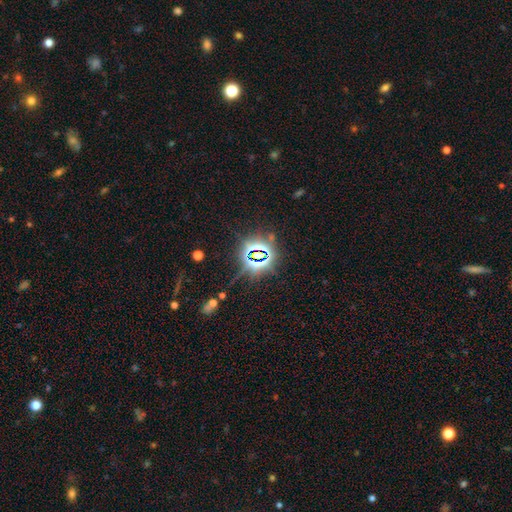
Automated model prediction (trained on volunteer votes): Smooth or featured: star or artifact — 80% (smooth — 12%)